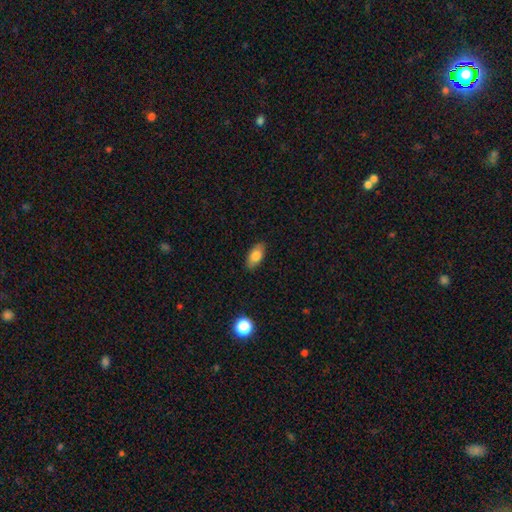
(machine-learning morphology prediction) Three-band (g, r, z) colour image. It shows a smooth galaxy with no disk features (80%) that is in between round and cigar-shaped (91%). Merging: none (87%).